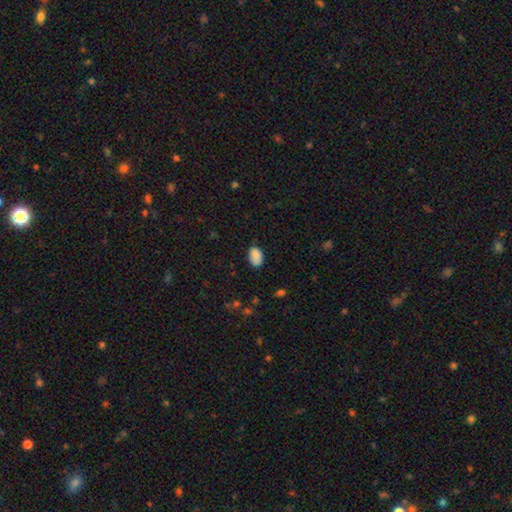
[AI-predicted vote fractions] smooth 87%, star or artifact 8%, featured or disk 5%. Down the decision tree: how rounded — in between (90%); merging — none (78%).